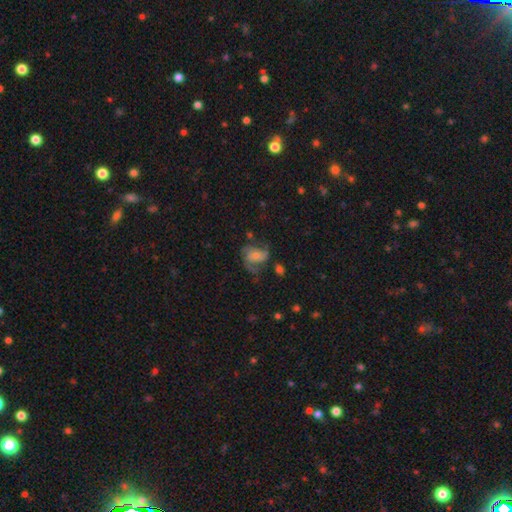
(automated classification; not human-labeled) featured or disk 73%, smooth 17%, star or artifact 9%. Down the decision tree: edge-on disk — no (98%); bar — no (61%); spiral arms — yes (91%); spiral arm count — 2 (50%); spiral winding — medium (49%); bulge size — small (56%); merging — none (51%).